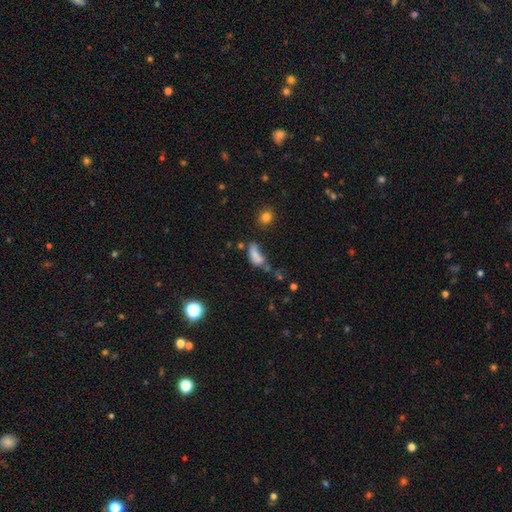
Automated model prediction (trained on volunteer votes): Smooth or featured? Predicted: smooth (p=0.69). How rounded? Predicted: in between (p=0.77). Merging? Predicted: major disturbance (p=0.27).